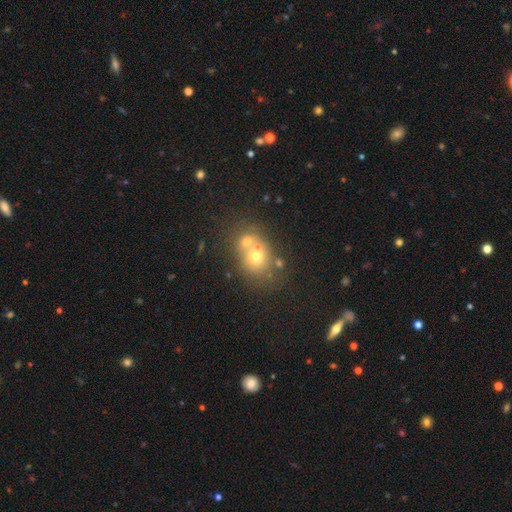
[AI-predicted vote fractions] This appears to be a smooth galaxy with no disk features (61%) that is round (60%). Merging: merger (53%).